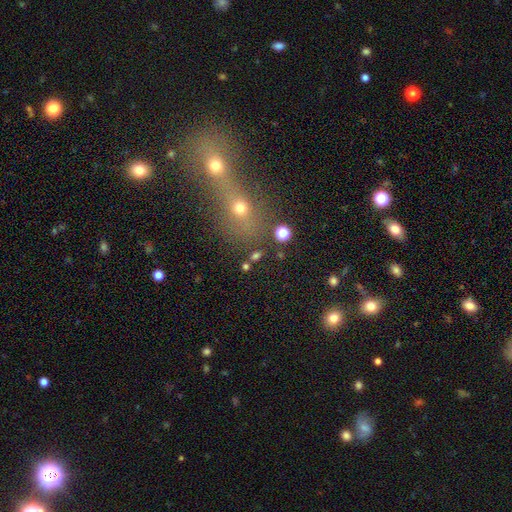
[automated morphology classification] A smooth galaxy with no disk features (56%) that is round (58%). Merging: none (62%).